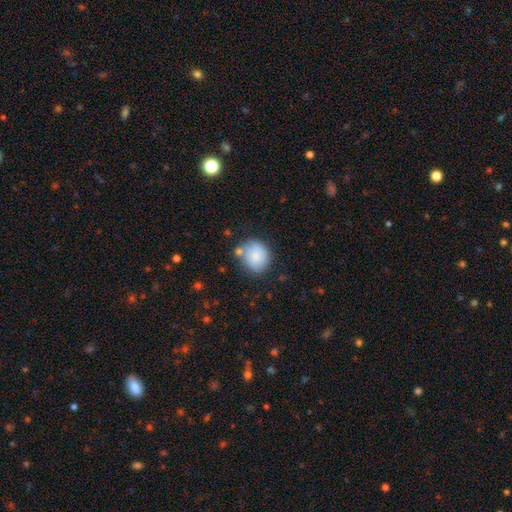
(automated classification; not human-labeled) Smooth or featured? Predicted: smooth (p=0.80). How rounded? Predicted: round (p=0.72). Merging? Predicted: none (p=0.63).